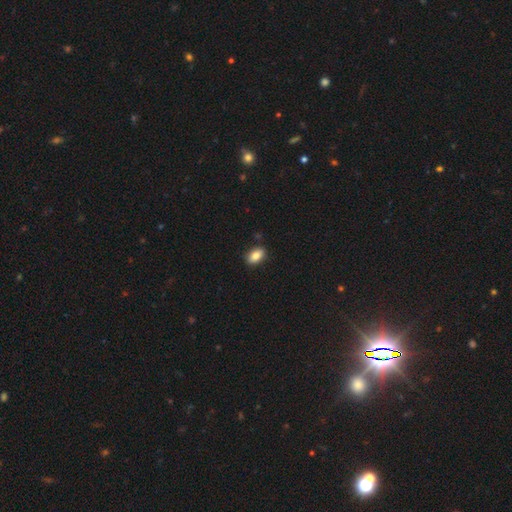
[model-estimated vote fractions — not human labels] Overall: smooth (84%). How rounded: in between (90%). Merging: none (87%).